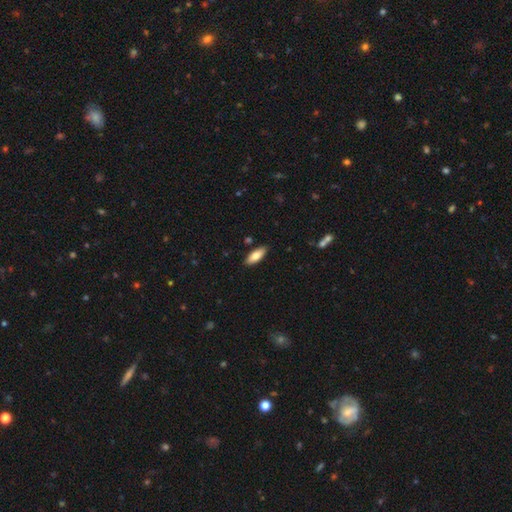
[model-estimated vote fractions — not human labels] smooth 78%, featured or disk 16%, star or artifact 6%. Down the decision tree: how rounded — in between (75%); merging — none (88%).